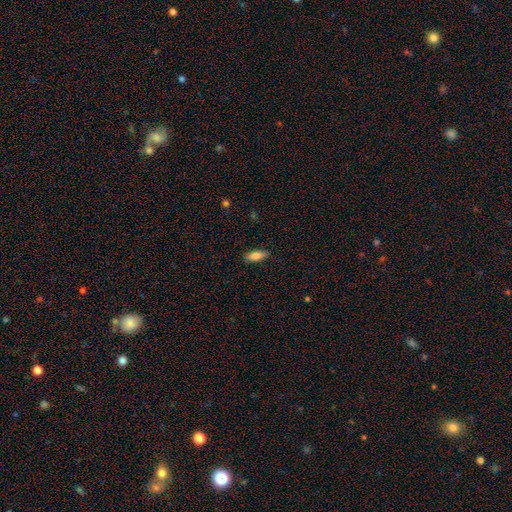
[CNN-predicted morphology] The model was most divided on "how rounded": in between: 76%, cigar-shaped: 22%, round: 2%. More confident: merging — none (86%); smooth or featured — smooth (82%).